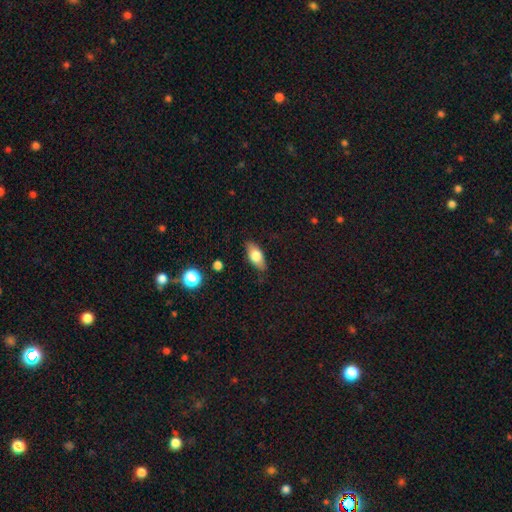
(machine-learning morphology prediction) smooth_or_featured: smooth (p=0.71) [alt: featured or disk p=0.22]
how_rounded: in between (p=0.83) [alt: cigar-shaped p=0.12]
merging: none (p=0.83) [alt: minor disturbance p=0.13]